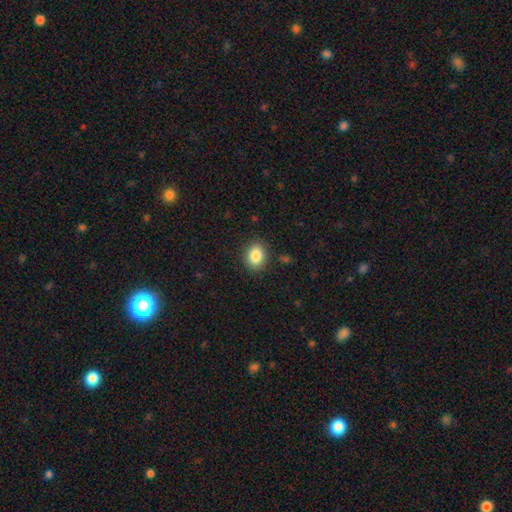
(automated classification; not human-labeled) Smooth or featured? smooth (86%)
How rounded? in between (54%)
Merging? none (87%)